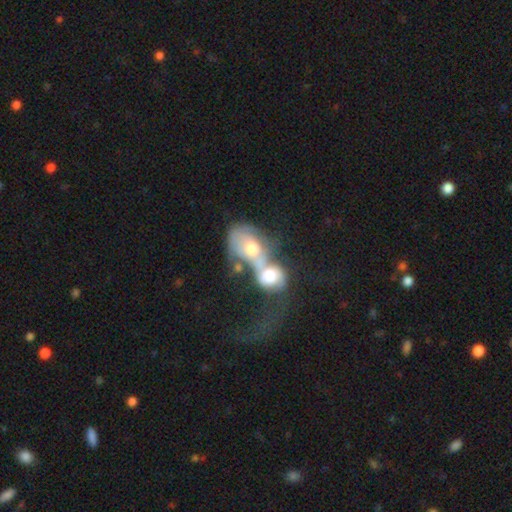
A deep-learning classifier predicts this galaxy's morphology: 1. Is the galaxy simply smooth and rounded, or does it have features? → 46% featured or disk, 42% smooth, 11% star or artifact.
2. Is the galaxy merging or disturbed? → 82% merger, 9% major disturbance, 6% none, 3% minor disturbance.